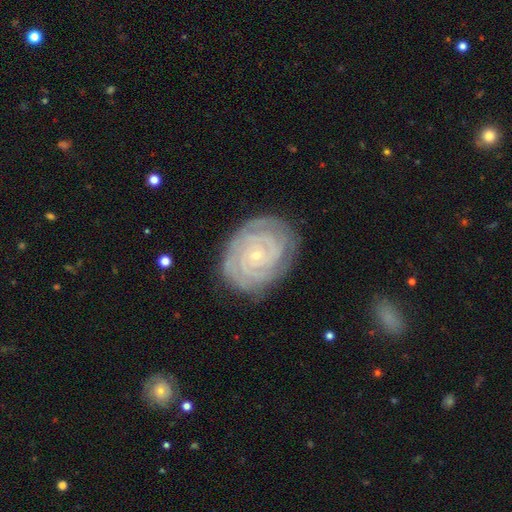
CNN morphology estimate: smooth_or_featured: featured or disk (p=0.86) [alt: smooth p=0.08]
disk_edge_on: no (p=0.97) [alt: yes p=0.03]
bar: no (p=0.77) [alt: weak p=0.17]
has_spiral_arms: yes (p=0.97) [alt: no p=0.03]
spiral_winding: tight (p=0.86) [alt: medium p=0.12]
spiral_arm_count: 2 (p=0.26) [alt: can't tell p=0.25]
bulge_size: small (p=0.87) [alt: moderate p=0.10]
merging: none (p=0.81) [alt: minor disturbance p=0.14]